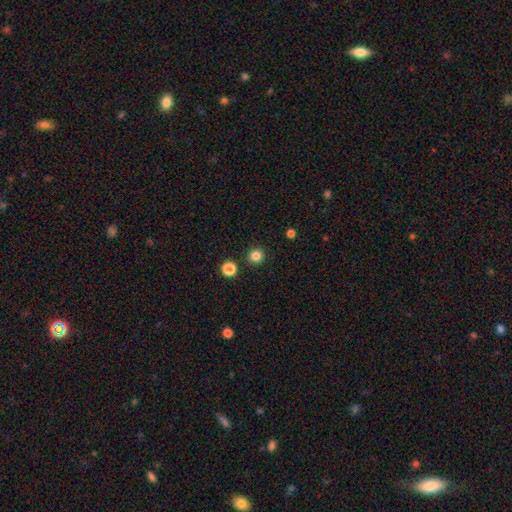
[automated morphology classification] Smooth or featured: smooth — 83% (star or artifact — 13%)
How rounded: round — 96% (in between — 3%)
Merging: none — 92% (minor disturbance — 4%)